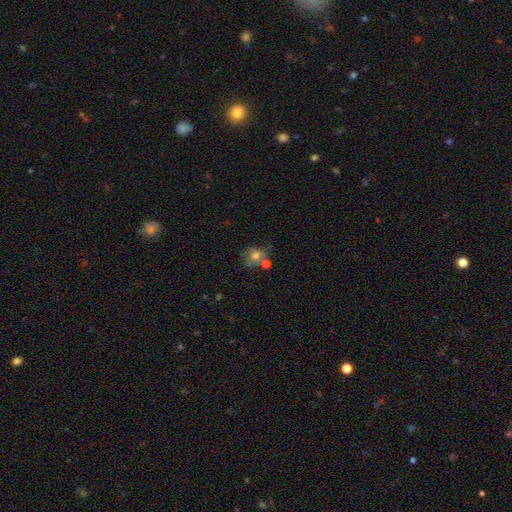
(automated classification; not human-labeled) smooth 71%, featured or disk 17%, star or artifact 12%. Down the decision tree: how rounded — round (69%); merging — none (44%).